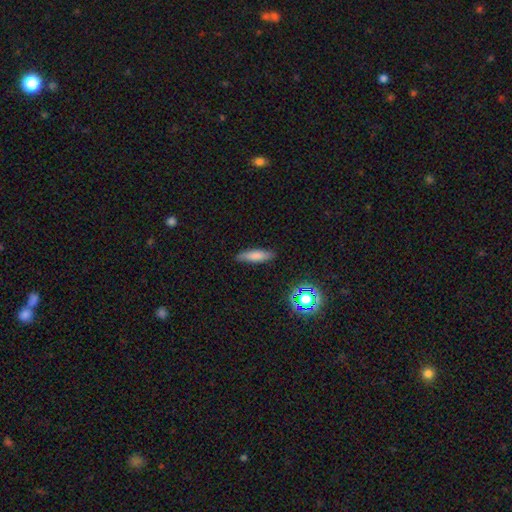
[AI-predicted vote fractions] A smooth galaxy with no disk features (77%) that is cigar-shaped (64%).

Vote fractions:
- Smooth or featured? smooth: 77% / featured or disk: 13% / star or artifact: 9%
- How rounded? cigar-shaped: 64% / in between: 34% / round: 2%
- Merging? none: 84% / minor disturbance: 12% / major disturbance: 2% / merger: 1%